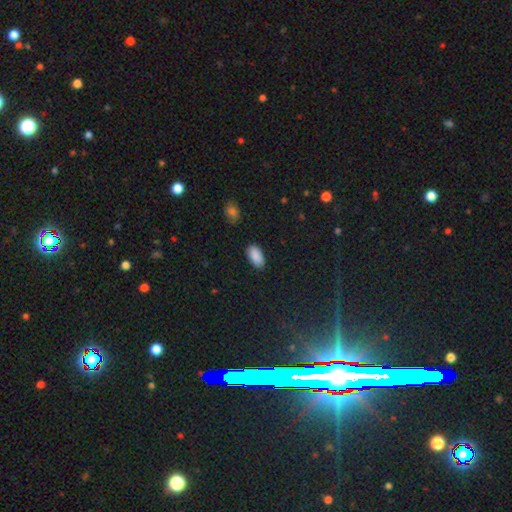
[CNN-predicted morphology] A smooth galaxy with no disk features (89%) that is in between round and cigar-shaped (95%).

Vote fractions:
- Smooth or featured? smooth: 89% / star or artifact: 8% / featured or disk: 3%
- How rounded? in between: 95% / cigar-shaped: 3% / round: 2%
- Merging? none: 87% / minor disturbance: 10% / major disturbance: 2% / merger: 1%